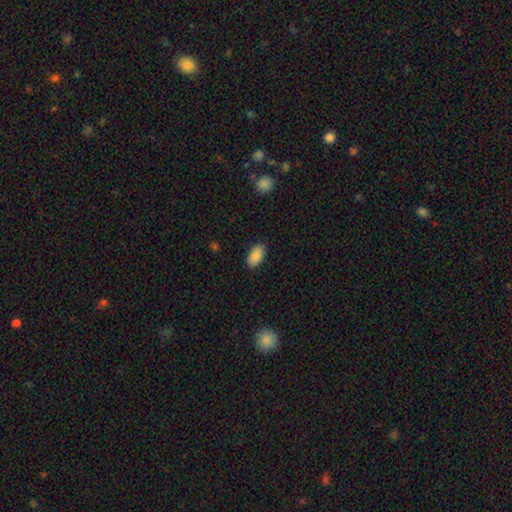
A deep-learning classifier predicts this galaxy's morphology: This appears to be a smooth galaxy with no disk features (89%) that is in between round and cigar-shaped (94%). Merging: none (86%).